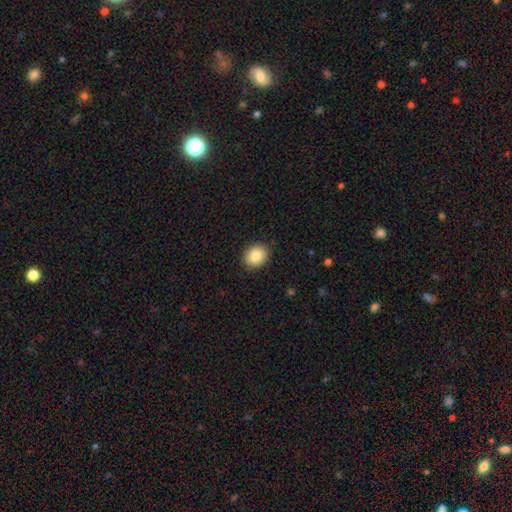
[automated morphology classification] smooth-or-featured: smooth: 85% | star or artifact: 8% | featured or disk: 7%
  how-rounded: in between: 50% | round: 49% | cigar-shaped: 1%
  merging: none: 89% | minor disturbance: 8% | major disturbance: 2% | merger: 1%